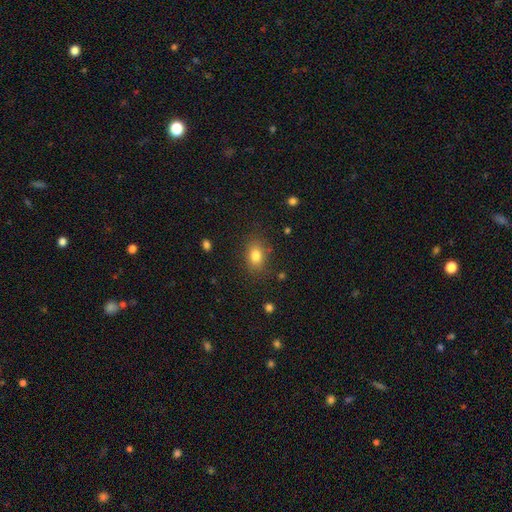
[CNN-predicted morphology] smooth 81%, star or artifact 10%, featured or disk 8%. Down the decision tree: how rounded — in between (76%); merging — none (81%).